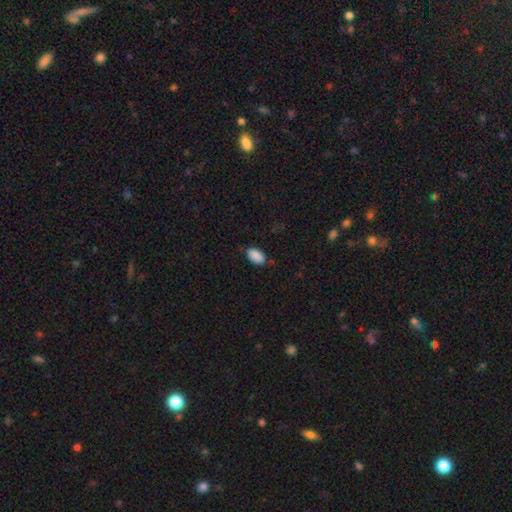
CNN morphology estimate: Smooth or featured? smooth (89%)
How rounded? in between (92%)
Merging? none (76%)